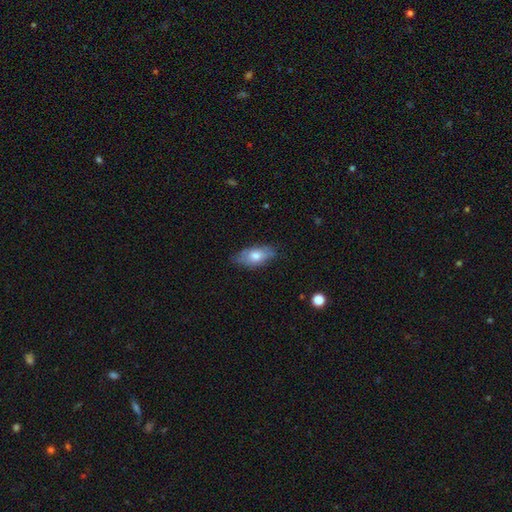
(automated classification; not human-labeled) Morphology: type=smooth (68%); roundness=in between (88%); merging=none (71%).